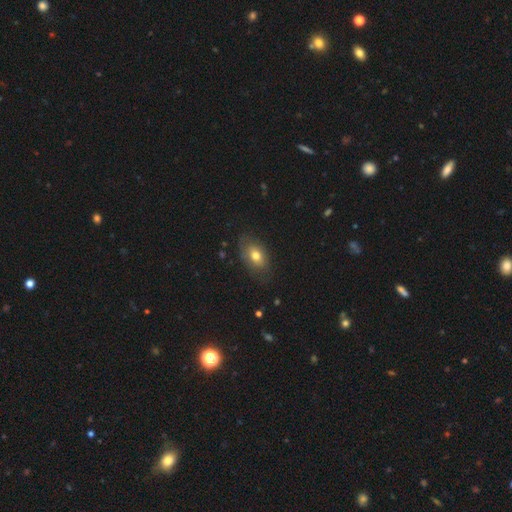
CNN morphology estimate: Q: Smooth or featured?
A: smooth (71%); runner-up: featured or disk (21%)
Q: How rounded?
A: in between (85%); runner-up: round (13%)
Q: Merging?
A: none (75%); runner-up: minor disturbance (18%)